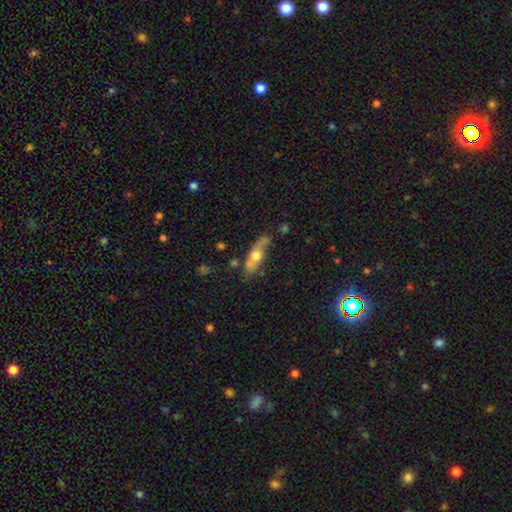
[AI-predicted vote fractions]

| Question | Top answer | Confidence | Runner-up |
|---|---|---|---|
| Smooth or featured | featured or disk | 47% | smooth (46%) |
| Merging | none | 60% | minor disturbance (23%) |